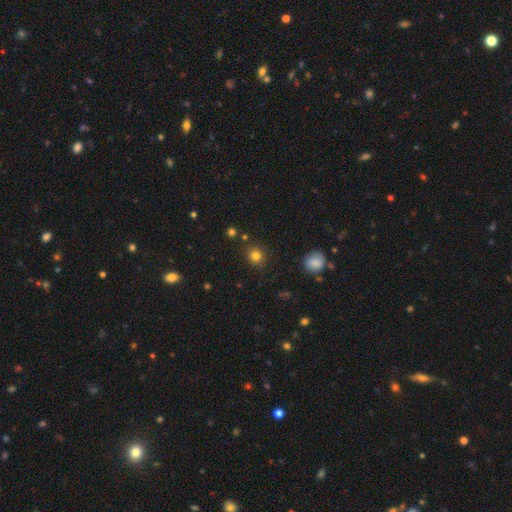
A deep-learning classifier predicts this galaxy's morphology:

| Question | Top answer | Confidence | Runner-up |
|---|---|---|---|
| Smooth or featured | smooth | 81% | star or artifact (14%) |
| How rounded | round | 86% | in between (13%) |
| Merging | none | 86% | minor disturbance (9%) |